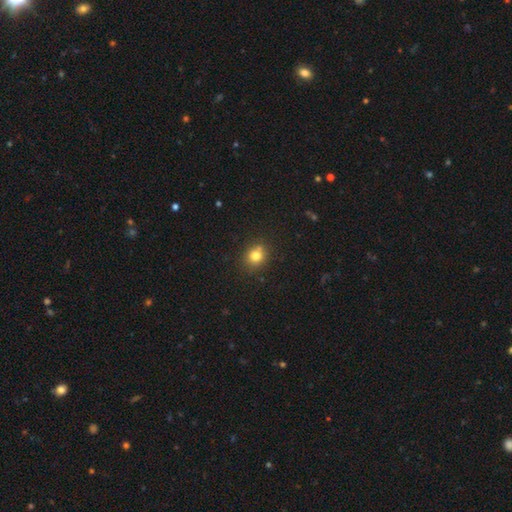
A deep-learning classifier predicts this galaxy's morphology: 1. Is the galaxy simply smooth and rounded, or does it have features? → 78% smooth, 14% star or artifact, 8% featured or disk.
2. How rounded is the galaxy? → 75% round, 24% in between, 1% cigar-shaped.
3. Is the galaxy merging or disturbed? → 72% none, 13% minor disturbance, 11% merger, 4% major disturbance.